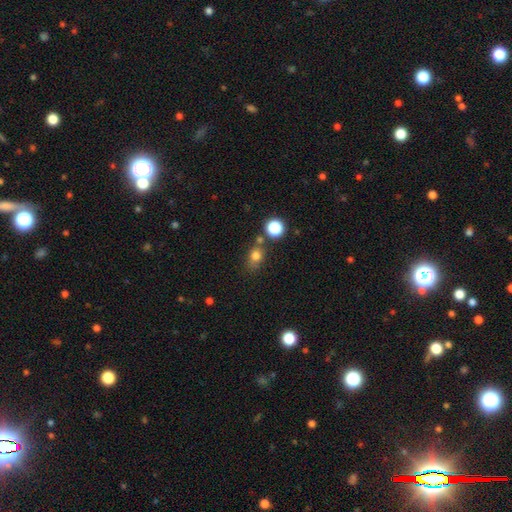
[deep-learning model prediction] smooth 75%, star or artifact 16%, featured or disk 9%. Down the decision tree: how rounded — round (52%); merging — none (65%).